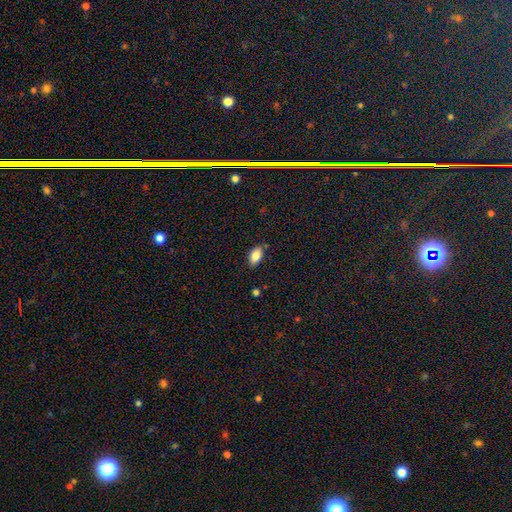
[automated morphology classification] A smooth galaxy with no disk features (83%) that is in between round and cigar-shaped (91%).

Vote fractions:
- Smooth or featured? smooth: 83% / featured or disk: 9% / star or artifact: 8%
- How rounded? in between: 91% / round: 5% / cigar-shaped: 4%
- Merging? none: 80% / minor disturbance: 15% / major disturbance: 3% / merger: 2%